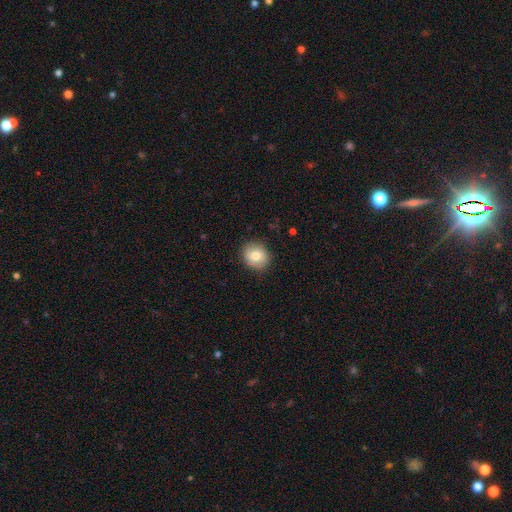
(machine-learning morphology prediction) The model was most divided on "how rounded": round: 81%, in between: 18%, cigar-shaped: 1%. More confident: merging — none (87%); smooth or featured — smooth (78%).